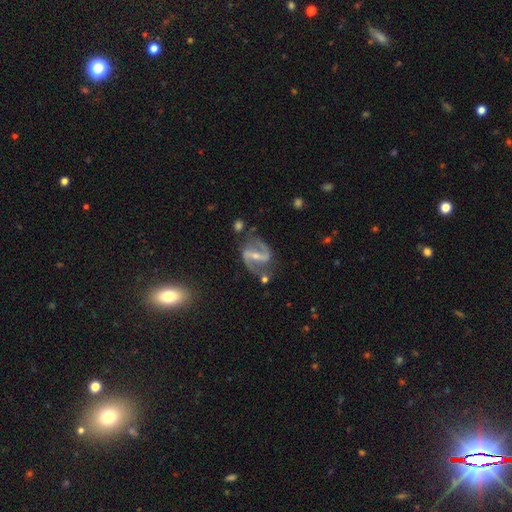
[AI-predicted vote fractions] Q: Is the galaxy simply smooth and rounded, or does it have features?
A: featured or disk — 90%.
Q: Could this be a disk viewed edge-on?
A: no — 97%.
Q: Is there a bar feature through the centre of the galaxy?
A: strong — 62%.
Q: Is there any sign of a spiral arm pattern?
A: yes — 96%.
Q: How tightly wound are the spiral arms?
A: medium — 49%.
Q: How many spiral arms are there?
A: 2 — 93%.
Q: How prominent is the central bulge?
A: small — 63%.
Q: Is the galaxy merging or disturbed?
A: none — 74%.